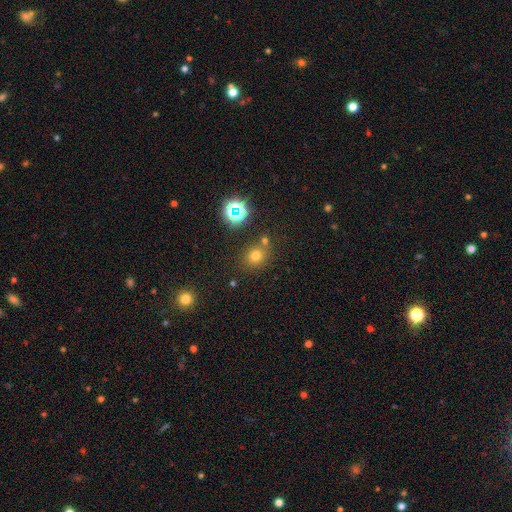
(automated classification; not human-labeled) A smooth galaxy with no disk features (68%) that is round (74%).

Vote fractions:
- Smooth or featured? smooth: 68% / star or artifact: 23% / featured or disk: 9%
- How rounded? round: 74% / in between: 25% / cigar-shaped: 1%
- Merging? none: 72% / merger: 14% / minor disturbance: 11% / major disturbance: 4%